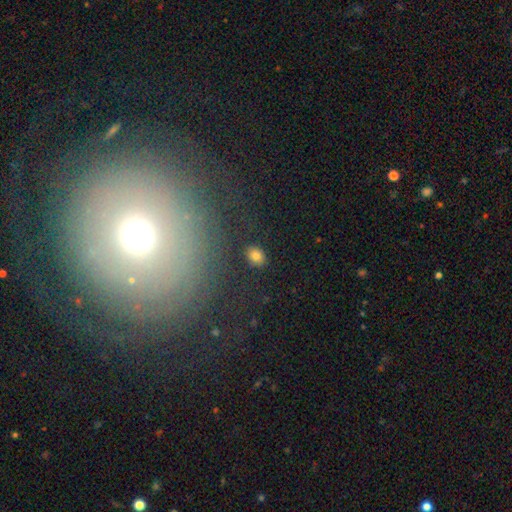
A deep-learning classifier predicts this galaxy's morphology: smooth-or-featured: smooth: 80% | star or artifact: 13% | featured or disk: 7%
  how-rounded: in between: 60% | round: 39% | cigar-shaped: 1%
  merging: none: 87% | minor disturbance: 8% | major disturbance: 3% | merger: 2%